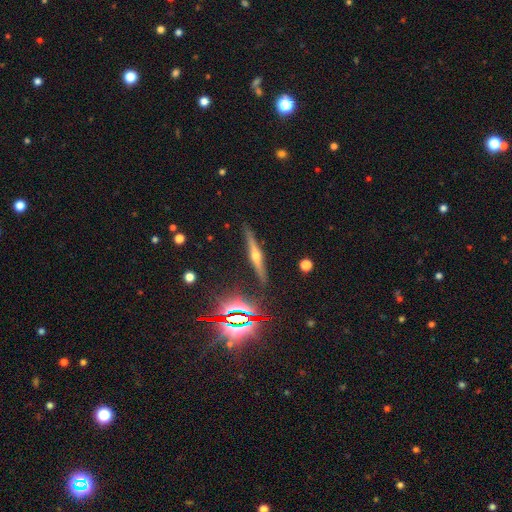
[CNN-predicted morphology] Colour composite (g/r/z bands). It shows a featured or disk galaxy (68%) viewed edge-on (97%) with a rounded central bulge (91%). Merging: none (88%).